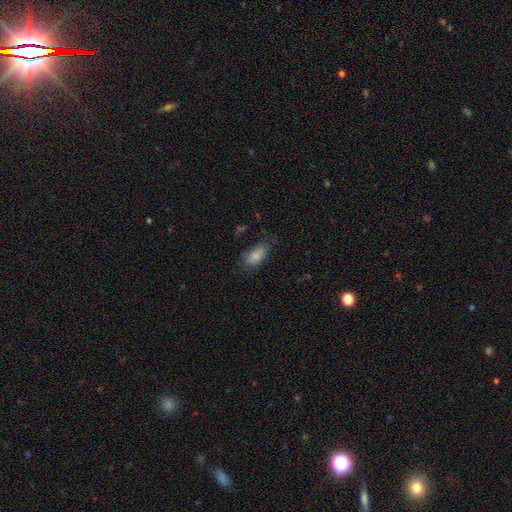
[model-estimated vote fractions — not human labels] Q: Smooth or featured?
A: smooth (84%); runner-up: featured or disk (9%)
Q: How rounded?
A: in between (92%); runner-up: cigar-shaped (5%)
Q: Merging?
A: none (63%); runner-up: minor disturbance (27%)